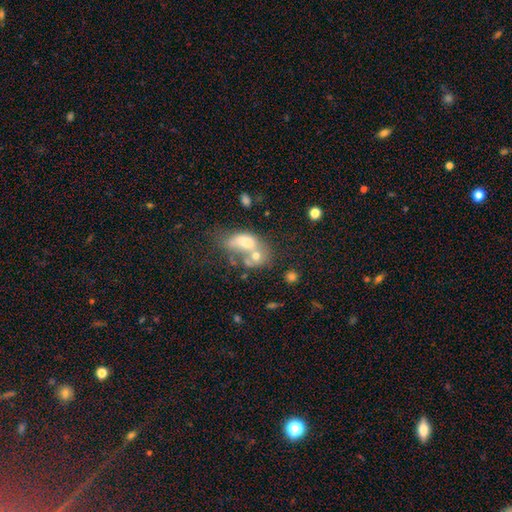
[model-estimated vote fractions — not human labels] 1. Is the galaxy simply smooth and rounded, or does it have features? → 57% smooth, 31% featured or disk, 12% star or artifact.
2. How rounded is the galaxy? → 69% in between, 29% round, 3% cigar-shaped.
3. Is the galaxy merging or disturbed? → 64% merger, 14% major disturbance, 14% none, 8% minor disturbance.